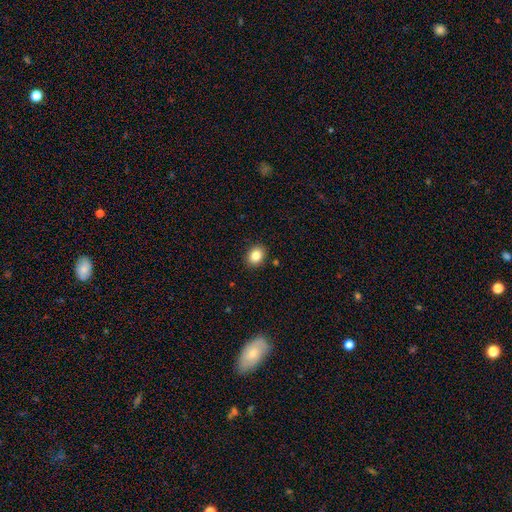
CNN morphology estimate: Smooth or featured? smooth (84%)
How rounded? round (54%)
Merging? none (90%)